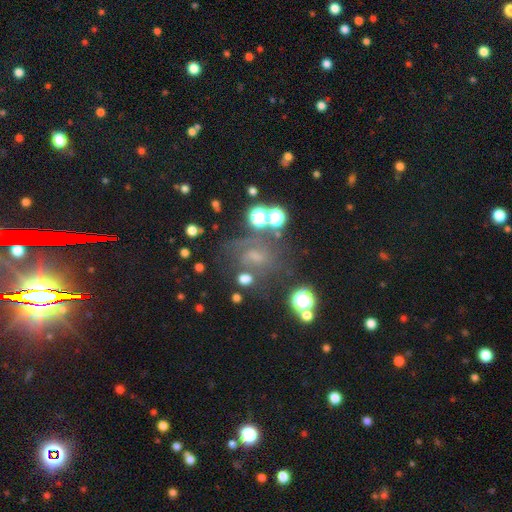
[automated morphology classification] This appears to be a featured or disk galaxy (37%). Merging: none (55%).